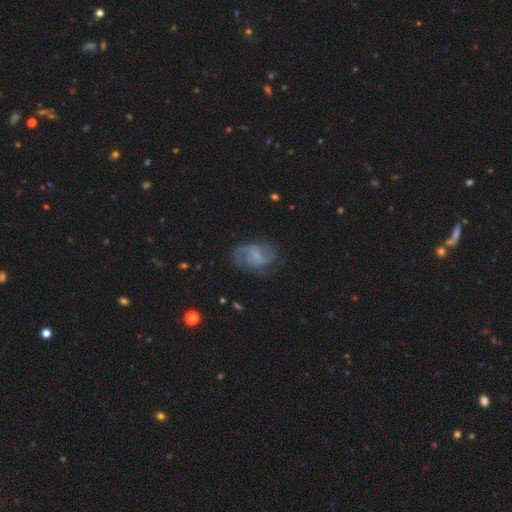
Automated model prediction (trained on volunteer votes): Morphology: type=featured or disk (58%); edge-on=no (97%); bar=weak (43%); spiral arms=yes (78%); bulge=none (60%); merging=none (55%).